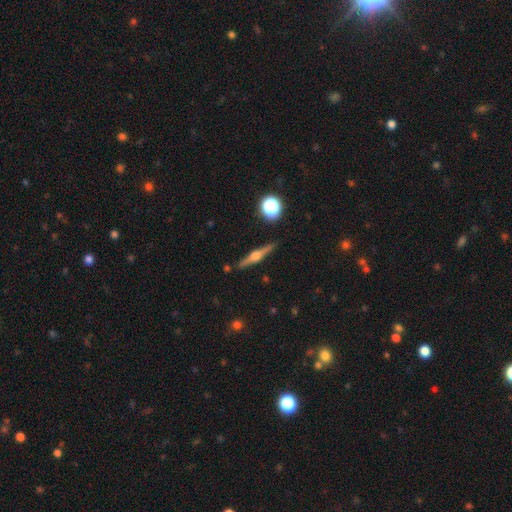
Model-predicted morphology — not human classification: type=featured or disk (74%); edge-on=yes (98%); edge-on bulge=rounded (87%); merging=none (89%).